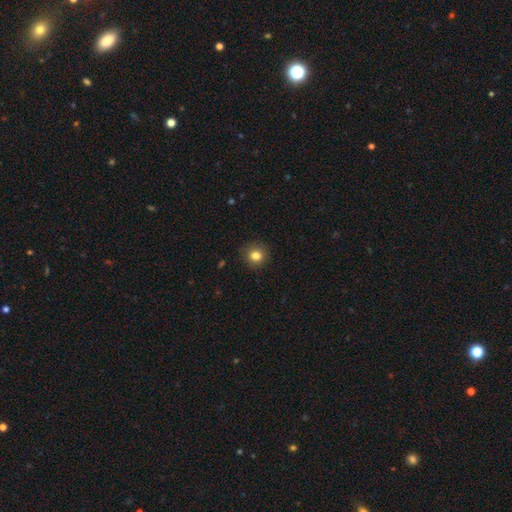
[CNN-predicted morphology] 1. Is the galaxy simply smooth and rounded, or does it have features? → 83% smooth, 11% star or artifact, 6% featured or disk.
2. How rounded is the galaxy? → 90% round, 9% in between, 1% cigar-shaped.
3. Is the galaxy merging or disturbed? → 89% none, 8% minor disturbance, 2% major disturbance, 1% merger.